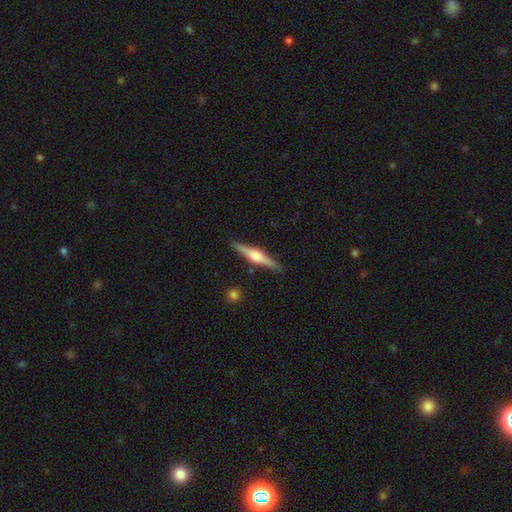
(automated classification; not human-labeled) Q: Smooth or featured?
A: featured or disk (73%); runner-up: smooth (22%)
Q: Edge-on disk?
A: yes (98%); runner-up: no (2%)
Q: Edge-on bulge?
A: rounded (90%); runner-up: boxy (7%)
Q: Merging?
A: none (89%); runner-up: minor disturbance (7%)